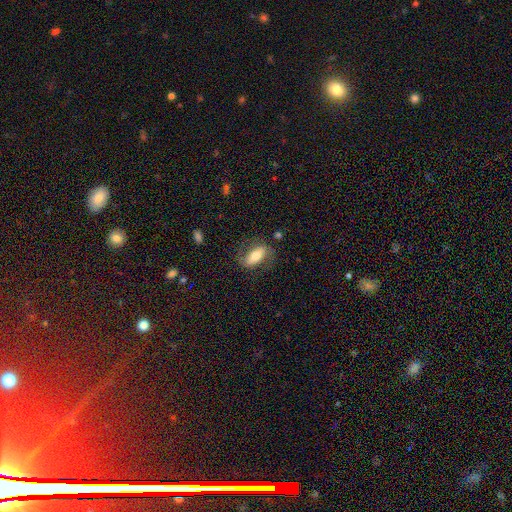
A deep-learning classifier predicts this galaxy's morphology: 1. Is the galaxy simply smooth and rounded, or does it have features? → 49% smooth, 44% featured or disk, 7% star or artifact.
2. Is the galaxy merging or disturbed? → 70% none, 18% minor disturbance, 10% major disturbance, 2% merger.